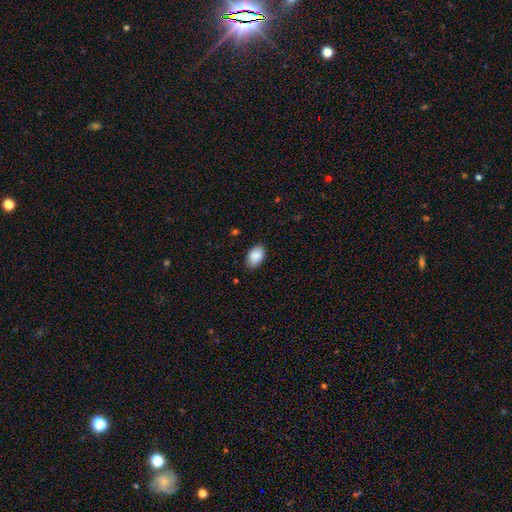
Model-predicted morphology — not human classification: This is clearly a smooth galaxy (89%). How rounded: clearly in between (92%). Merging: clearly none (84%).